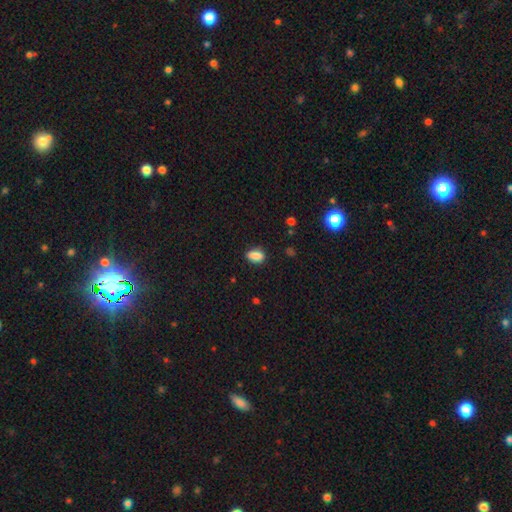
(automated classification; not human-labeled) Smooth or featured: smooth — 85% (star or artifact — 9%)
How rounded: in between — 83% (round — 12%)
Merging: none — 81% (minor disturbance — 14%)